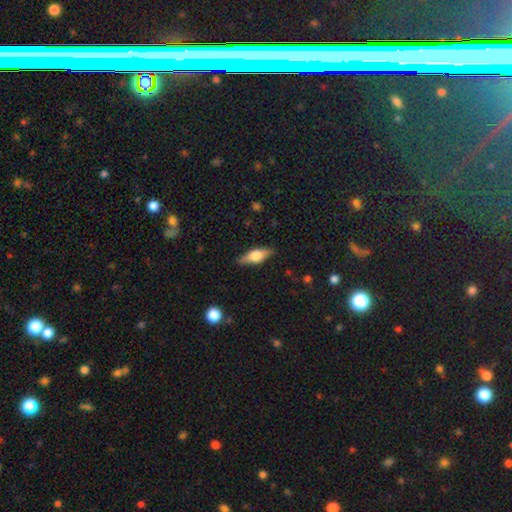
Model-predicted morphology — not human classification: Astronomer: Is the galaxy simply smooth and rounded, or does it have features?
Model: smooth — 49% (runner-up: featured or disk, 44%).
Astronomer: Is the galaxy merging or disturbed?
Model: none — 86%.